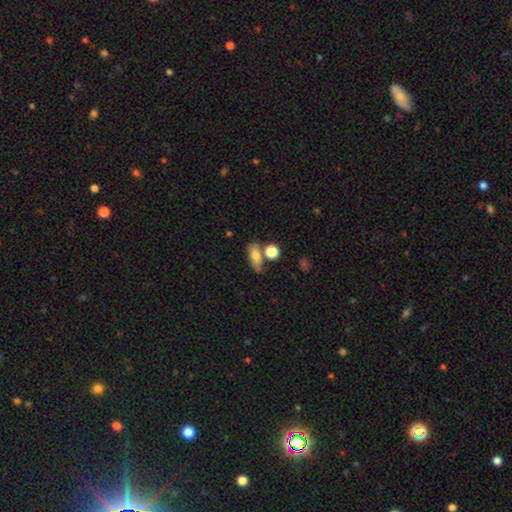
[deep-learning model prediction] A smooth galaxy with no disk features (74%) that is in between round and cigar-shaped (72%). Merging: none (57%).